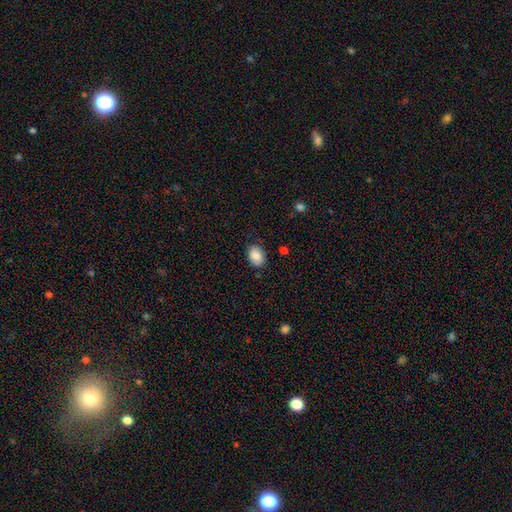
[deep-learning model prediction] A smooth galaxy with no disk features (88%) that is in between round and cigar-shaped (74%).

Vote fractions:
- Smooth or featured? smooth: 88% / star or artifact: 7% / featured or disk: 5%
- How rounded? in between: 74% / round: 25% / cigar-shaped: 1%
- Merging? none: 85% / minor disturbance: 11% / major disturbance: 3% / merger: 1%